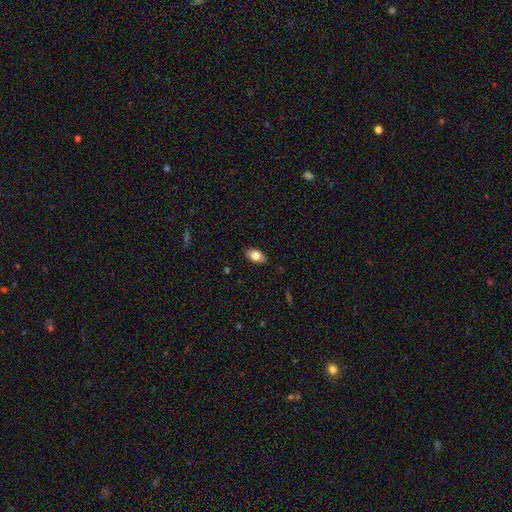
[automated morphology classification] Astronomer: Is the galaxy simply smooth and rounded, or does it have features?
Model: smooth — 81%.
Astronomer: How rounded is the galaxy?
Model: in between — 89%.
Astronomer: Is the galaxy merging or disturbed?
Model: none — 85%.